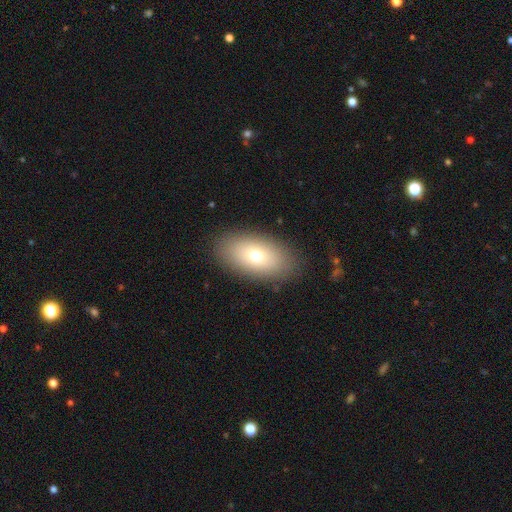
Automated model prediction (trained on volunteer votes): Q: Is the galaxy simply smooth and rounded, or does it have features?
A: smooth — 73%.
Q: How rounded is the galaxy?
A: in between — 92%.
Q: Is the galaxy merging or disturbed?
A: none — 87%.